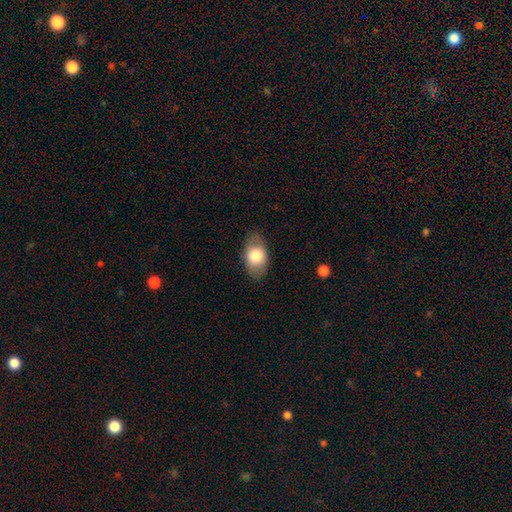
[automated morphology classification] type=smooth (74%); roundness=in between (88%); merging=none (82%).